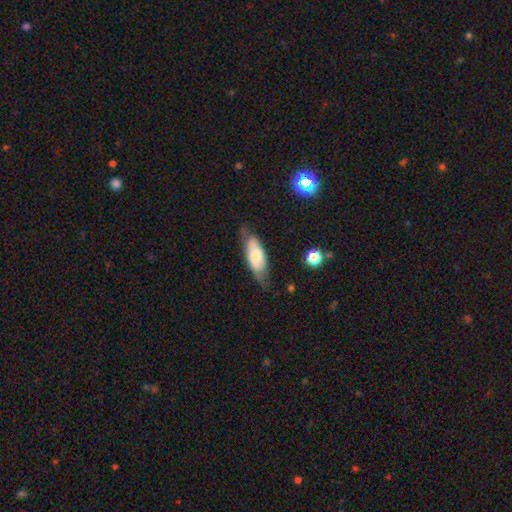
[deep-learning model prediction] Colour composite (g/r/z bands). It shows a smooth galaxy with no disk features (62%) that is in between round and cigar-shaped (72%). Merging: none (61%).